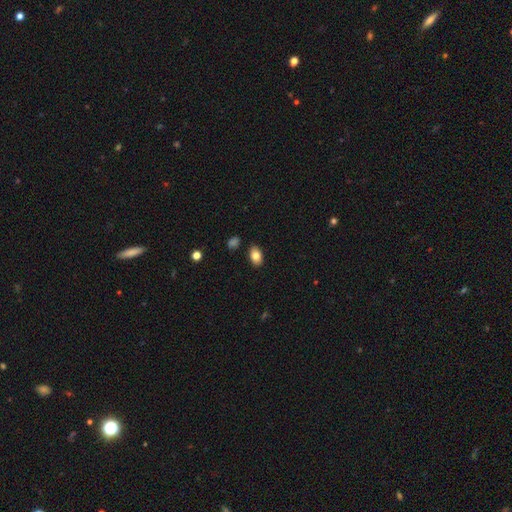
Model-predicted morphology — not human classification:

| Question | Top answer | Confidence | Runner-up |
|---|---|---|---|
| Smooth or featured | smooth | 82% | featured or disk (10%) |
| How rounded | in between | 90% | round (9%) |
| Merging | none | 87% | minor disturbance (9%) |